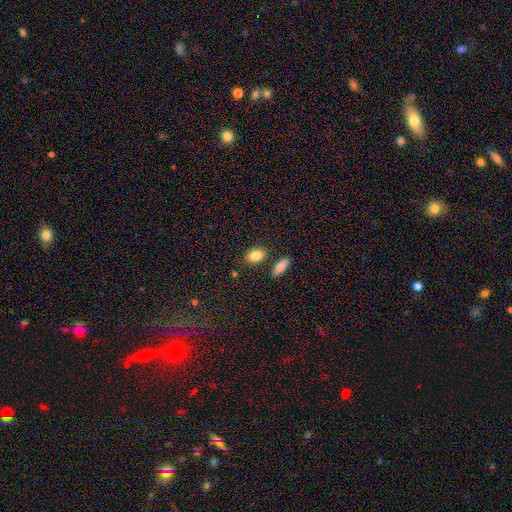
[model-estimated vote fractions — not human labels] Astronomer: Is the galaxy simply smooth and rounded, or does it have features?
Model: smooth — 85%.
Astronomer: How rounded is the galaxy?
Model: in between — 83%.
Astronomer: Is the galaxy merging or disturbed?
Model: none — 78%.